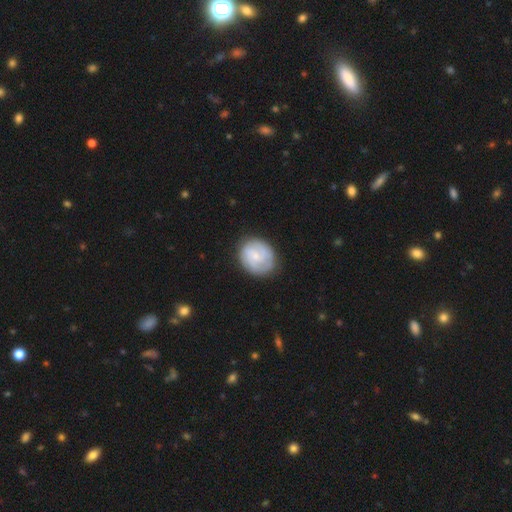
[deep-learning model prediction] smooth-or-featured: featured or disk: 59% | smooth: 35% | star or artifact: 6%
  disk-edge-on: no: 98% | yes: 2%
    bar: no: 56% | weak: 39% | strong: 6%
    has-spiral-arms: yes: 86% | no: 14%
    bulge-size: small: 66% | moderate: 22% | none: 9% | large: 2% | dominant: 1%
  merging: none: 78% | minor disturbance: 16% | major disturbance: 5% | merger: 1%